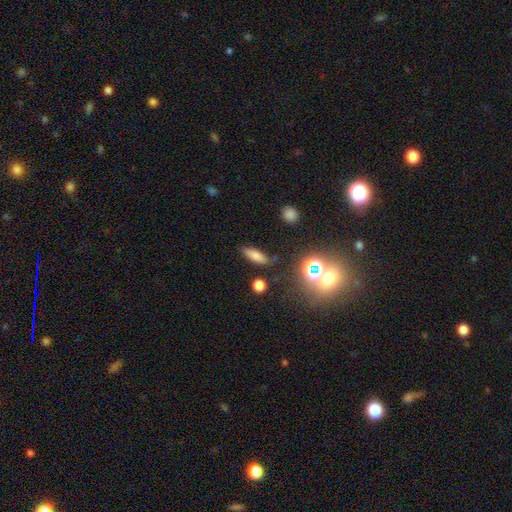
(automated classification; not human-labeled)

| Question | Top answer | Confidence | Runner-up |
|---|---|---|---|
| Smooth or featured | smooth | 73% | star or artifact (15%) |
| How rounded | in between | 52% | cigar-shaped (43%) |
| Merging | none | 83% | minor disturbance (10%) |